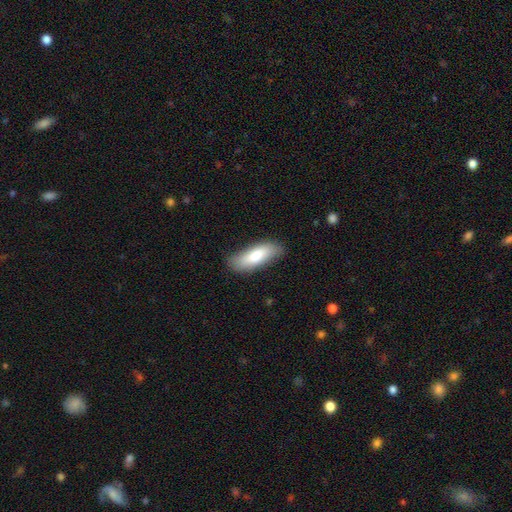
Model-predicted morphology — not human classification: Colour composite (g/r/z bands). It shows a smooth galaxy with no disk features (79%) that is in between round and cigar-shaped (64%). Merging: none (83%).